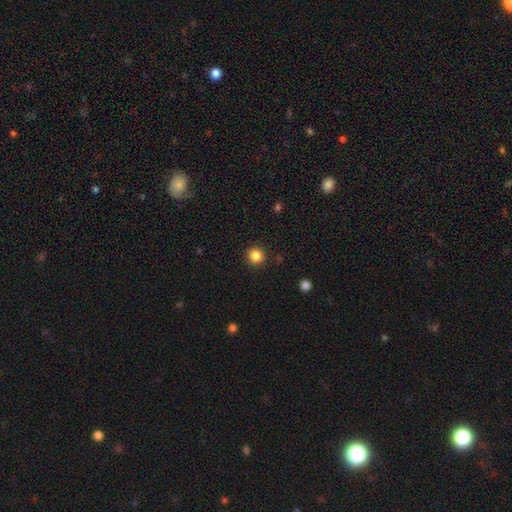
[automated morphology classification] smooth 85%, star or artifact 11%, featured or disk 4%. Down the decision tree: how rounded — round (93%); merging — none (92%).